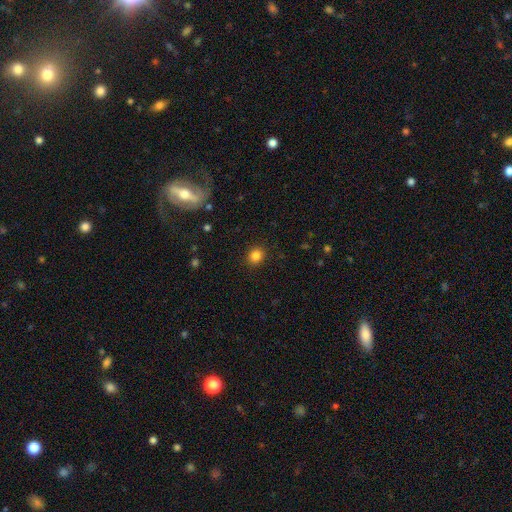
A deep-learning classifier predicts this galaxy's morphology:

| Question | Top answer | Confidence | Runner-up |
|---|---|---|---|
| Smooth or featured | smooth | 84% | star or artifact (11%) |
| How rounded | round | 76% | in between (23%) |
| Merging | none | 90% | minor disturbance (6%) |